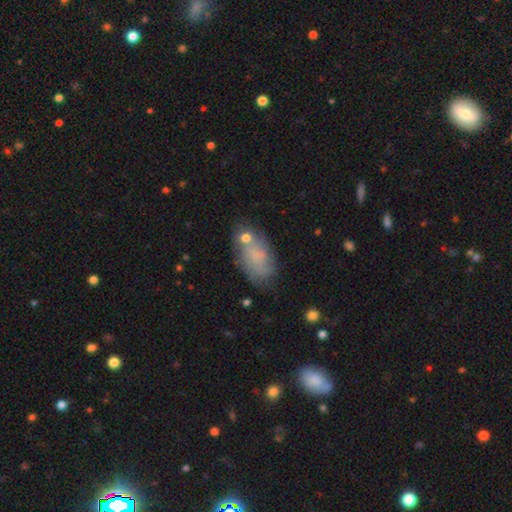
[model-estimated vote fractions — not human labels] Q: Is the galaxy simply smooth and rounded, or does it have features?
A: smooth — 57%.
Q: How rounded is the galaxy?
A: in between — 90%.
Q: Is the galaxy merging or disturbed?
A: none — 56%.